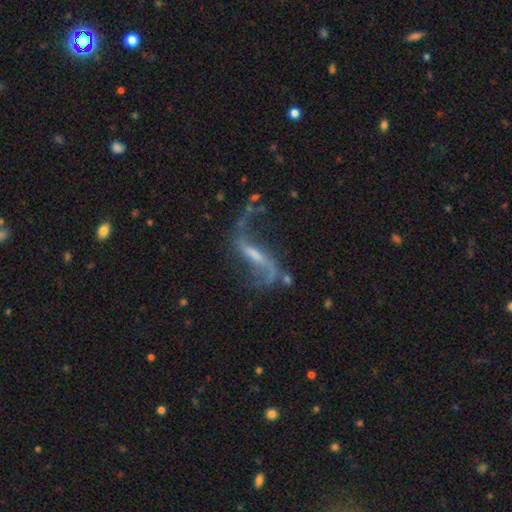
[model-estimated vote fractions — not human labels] The model was most divided on "bulge size": small: 35%, none: 31%, moderate: 27%, large: 6%, dominant: 2%. Remaining: spiral arms — yes (92%); spiral winding — loose (91%); spiral arm count — 2 (89%); edge-on disk — no (88%); smooth or featured — featured or disk (83%); merging — none (52%); bar — strong (45%).